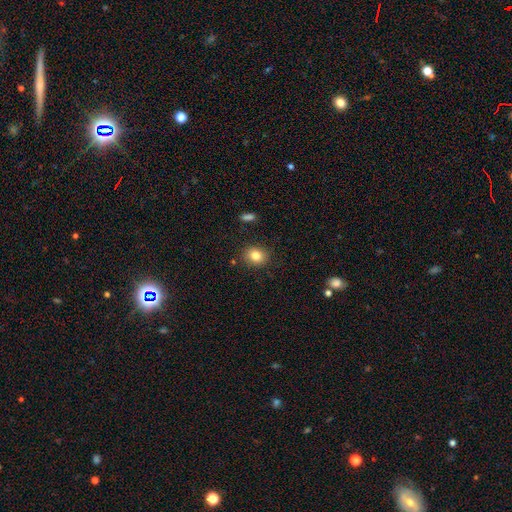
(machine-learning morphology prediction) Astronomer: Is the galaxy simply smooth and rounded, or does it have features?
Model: smooth — 82%.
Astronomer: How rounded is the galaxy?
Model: round — 69%.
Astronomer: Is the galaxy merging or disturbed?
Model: none — 86%.